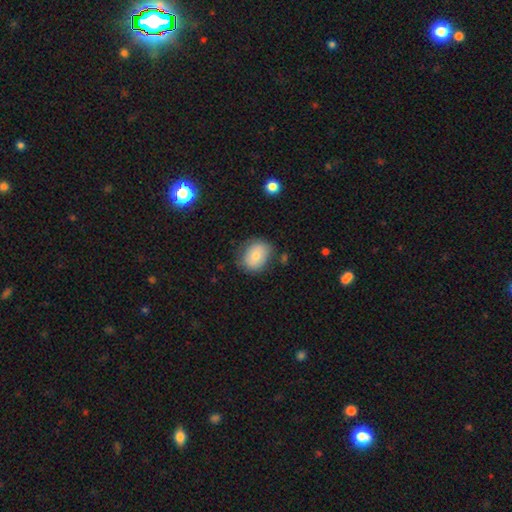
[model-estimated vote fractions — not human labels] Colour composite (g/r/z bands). It shows a smooth galaxy with no disk features (74%) that is in between round and cigar-shaped (54%). Merging: none (74%).